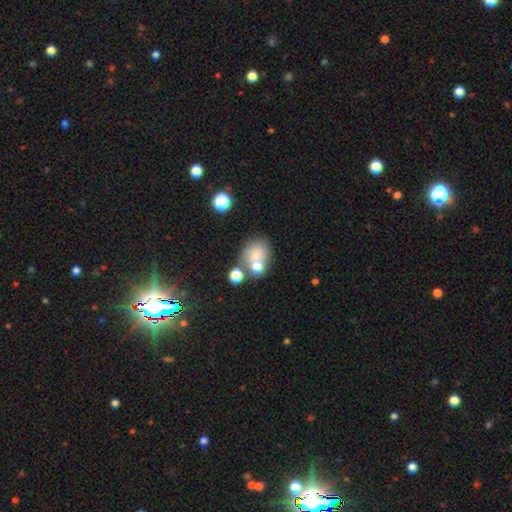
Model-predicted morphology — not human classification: smooth_or_featured: smooth (p=0.67) [alt: featured or disk p=0.20]
how_rounded: round (p=0.56) [alt: in between p=0.43]
merging: none (p=0.41) [alt: merger p=0.38]